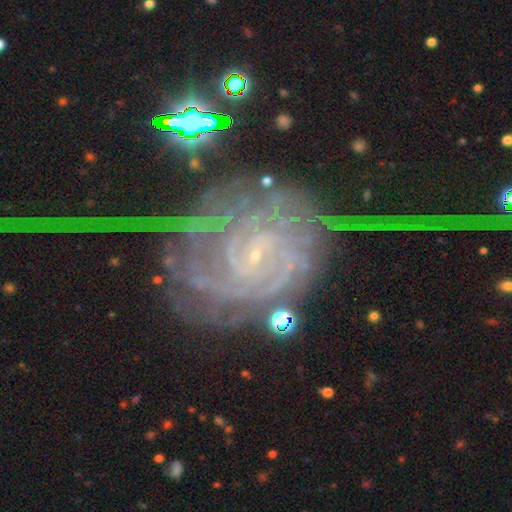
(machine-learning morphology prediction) This is clearly a featured or disk galaxy (86%). It is clearly not viewed edge-on (97%). Bar: marginally no (42%). Spiral arm pattern: clearly yes (97%). Spiral arm count: marginally 2 (28%). Spiral winding: likely tight (65%). Central bulge: clearly small (87%). Merging: marginally none (42%).